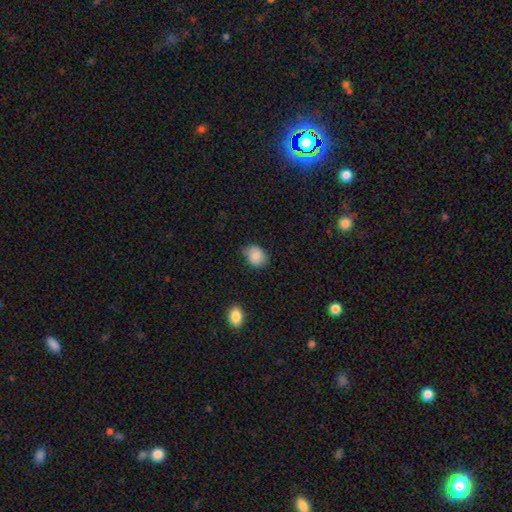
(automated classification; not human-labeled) smooth_or_featured: smooth (p=0.87) [alt: star or artifact p=0.08]
how_rounded: in between (p=0.56) [alt: round p=0.43]
merging: none (p=0.68) [alt: minor disturbance p=0.26]